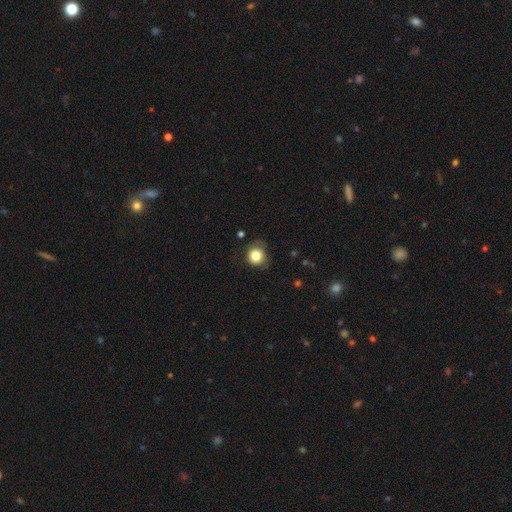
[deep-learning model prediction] smooth 82%, star or artifact 10%, featured or disk 8%. Down the decision tree: how rounded — round (82%); merging — none (67%).